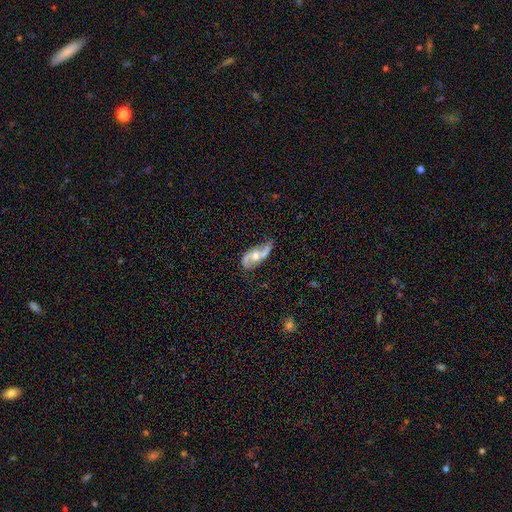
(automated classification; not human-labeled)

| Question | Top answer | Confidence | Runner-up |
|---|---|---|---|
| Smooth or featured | featured or disk | 74% | smooth (19%) |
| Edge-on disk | no | 92% | yes (8%) |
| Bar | no | 66% | weak (26%) |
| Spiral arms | yes | 86% | no (14%) |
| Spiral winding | loose | 60% | medium (30%) |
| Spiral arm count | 2 | 86% | 1 (5%) |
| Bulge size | moderate | 70% | small (18%) |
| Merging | none | 52% | minor disturbance (25%) |